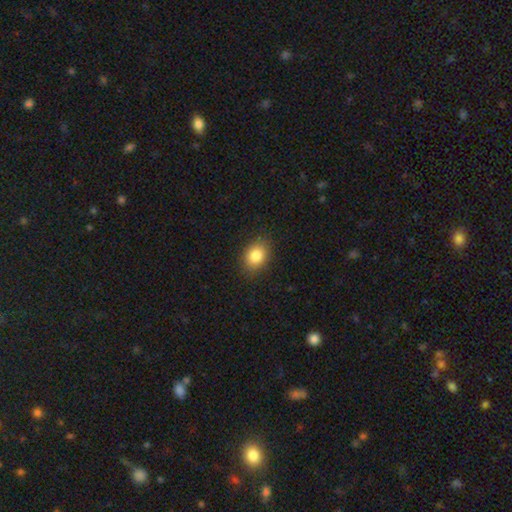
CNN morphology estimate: Overall: smooth (84%). How rounded: in between (64%; round 35%). Merging: none (86%).